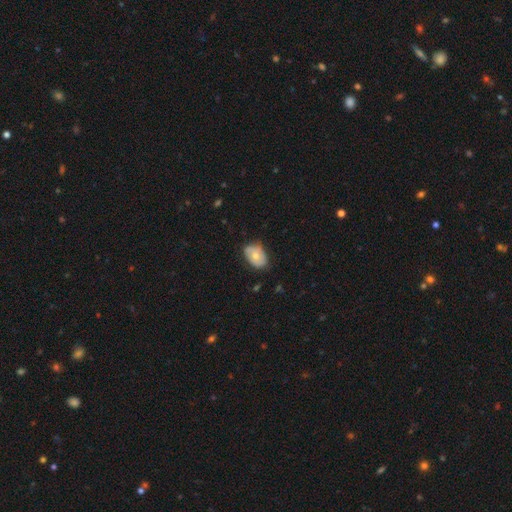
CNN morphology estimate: smooth-or-featured: smooth: 61% | featured or disk: 32% | star or artifact: 7%
  how-rounded: in between: 82% | round: 17% | cigar-shaped: 1%
  merging: none: 69% | minor disturbance: 25% | major disturbance: 4% | merger: 1%